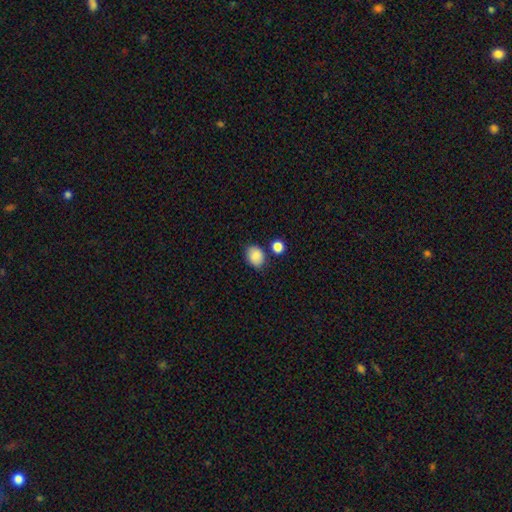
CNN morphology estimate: A smooth galaxy with no disk features (86%) that is in between round and cigar-shaped (52%).

Vote fractions:
- Smooth or featured? smooth: 86% / star or artifact: 9% / featured or disk: 5%
- How rounded? in between: 52% / round: 47% / cigar-shaped: 1%
- Merging? none: 73% / minor disturbance: 16% / merger: 8% / major disturbance: 4%